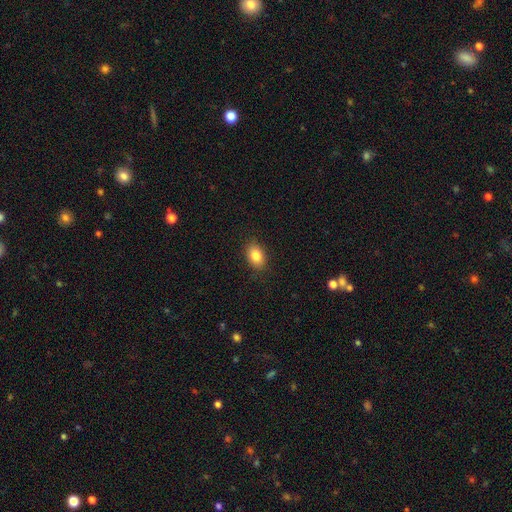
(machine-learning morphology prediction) smooth_or_featured: smooth (p=0.84) [alt: star or artifact p=0.09]
how_rounded: in between (p=0.82) [alt: round p=0.16]
merging: none (p=0.88) [alt: minor disturbance p=0.09]